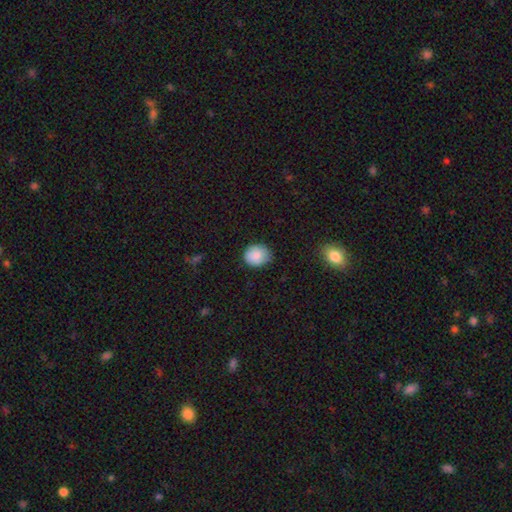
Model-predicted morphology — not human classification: smooth_or_featured: smooth (p=0.87) [alt: star or artifact p=0.08]
how_rounded: round (p=0.67) [alt: in between p=0.32]
merging: none (p=0.76) [alt: minor disturbance p=0.20]